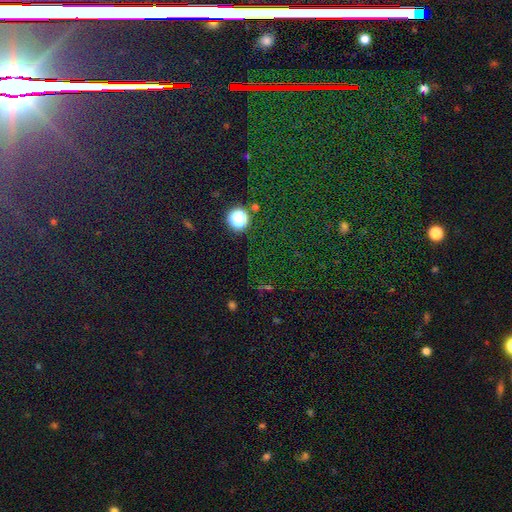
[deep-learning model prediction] A star or artifact, not a galaxy (81%).

Vote fractions:
- Smooth or featured? star or artifact: 81% / smooth: 12% / featured or disk: 8%